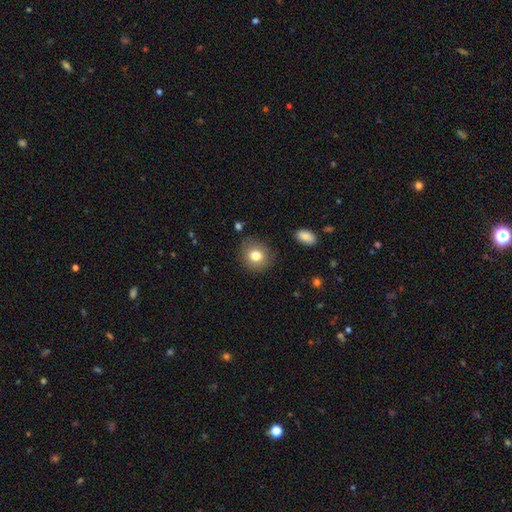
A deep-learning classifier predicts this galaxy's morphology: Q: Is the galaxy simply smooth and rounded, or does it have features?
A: smooth — 79%.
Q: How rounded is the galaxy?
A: round — 80%.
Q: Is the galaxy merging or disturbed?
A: none — 86%.